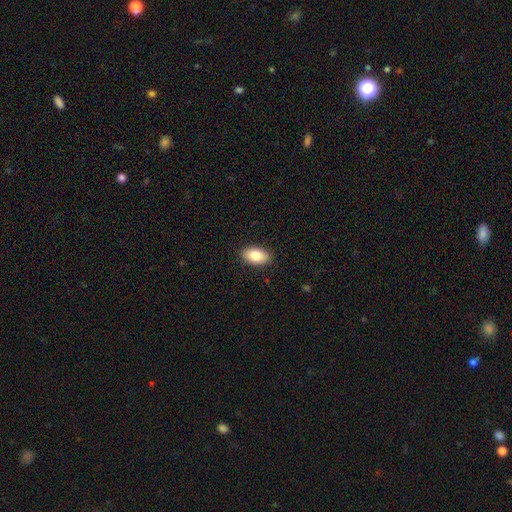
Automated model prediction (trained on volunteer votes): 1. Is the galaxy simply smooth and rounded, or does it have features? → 82% smooth, 11% featured or disk, 7% star or artifact.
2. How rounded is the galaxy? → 93% in between, 6% round, 2% cigar-shaped.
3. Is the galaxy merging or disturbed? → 90% none, 8% minor disturbance, 2% major disturbance, 1% merger.